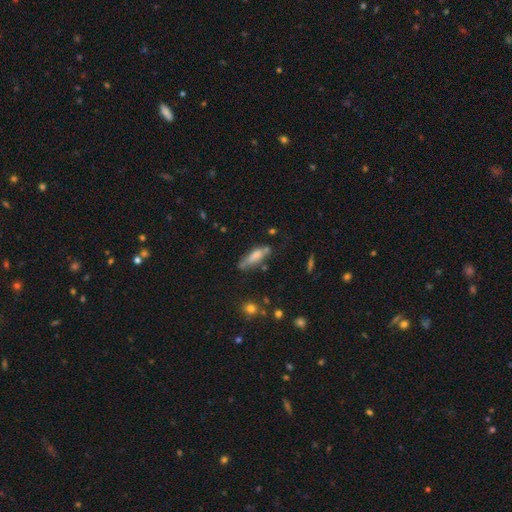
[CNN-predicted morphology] smooth_or_featured: smooth (p=0.64) [alt: featured or disk p=0.28]
how_rounded: cigar-shaped (p=0.56) [alt: in between p=0.42]
merging: none (p=0.55) [alt: minor disturbance p=0.27]